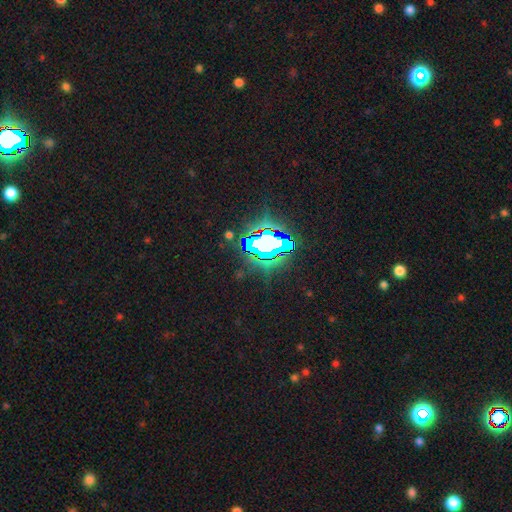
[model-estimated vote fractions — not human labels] A star or artifact, not a galaxy (74%).